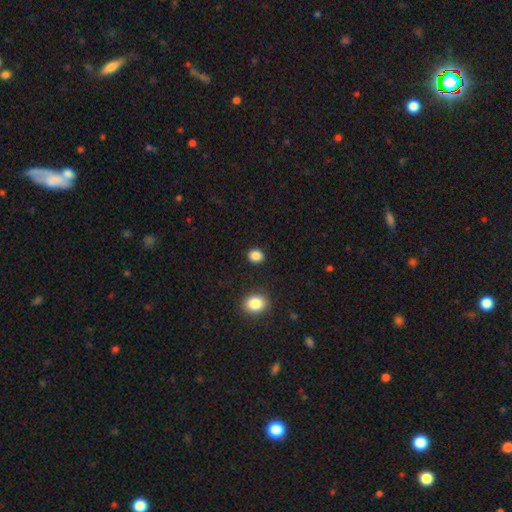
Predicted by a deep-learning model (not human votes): Overall: smooth (86%). How rounded: round (72%). Merging: none (90%).